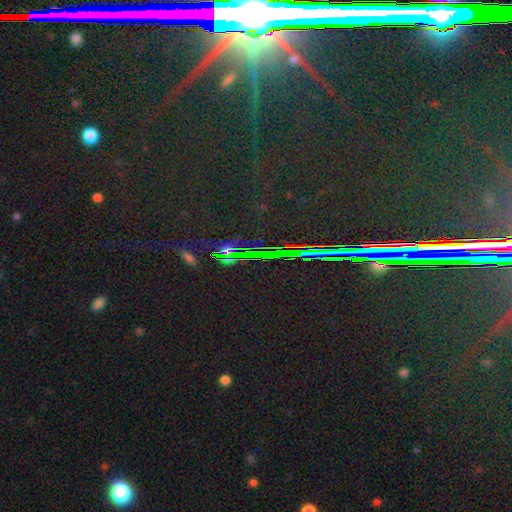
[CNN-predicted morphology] Q: Smooth or featured?
A: star or artifact (81%); runner-up: smooth (10%)